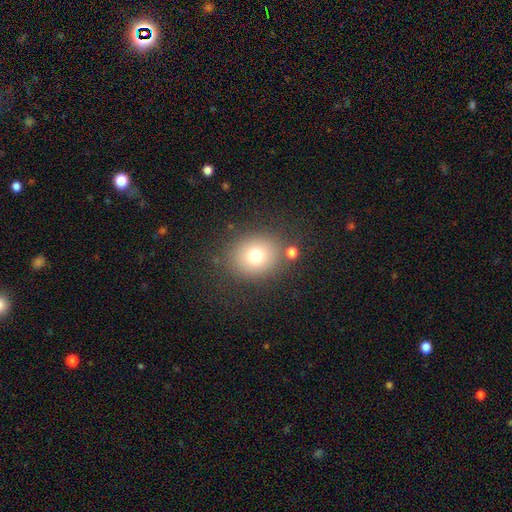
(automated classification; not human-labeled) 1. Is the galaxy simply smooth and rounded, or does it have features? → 74% smooth, 14% star or artifact, 12% featured or disk.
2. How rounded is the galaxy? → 73% round, 26% in between, 1% cigar-shaped.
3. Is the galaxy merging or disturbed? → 80% none, 10% minor disturbance, 6% merger, 5% major disturbance.